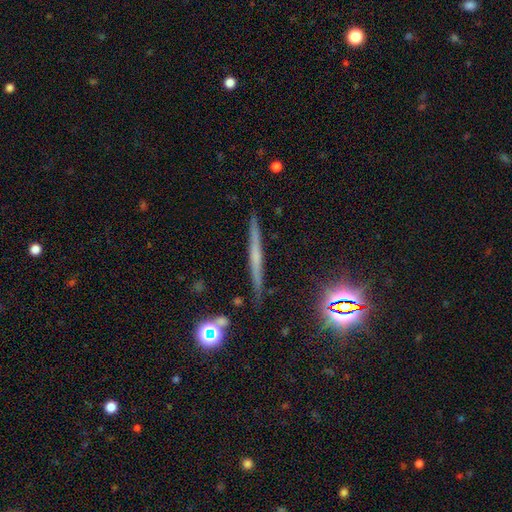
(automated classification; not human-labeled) featured or disk 49%, smooth 34%, star or artifact 18%. Down the decision tree: merging — none (89%).